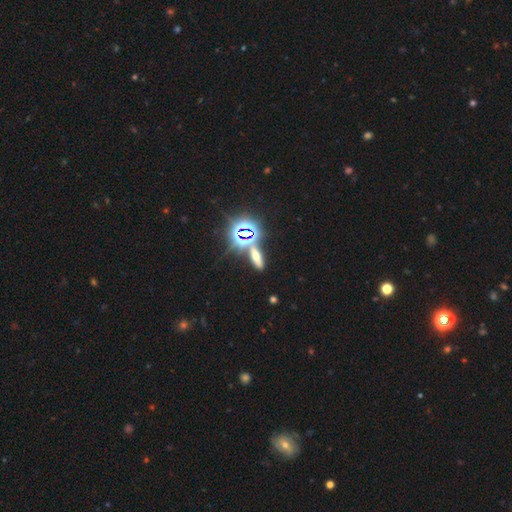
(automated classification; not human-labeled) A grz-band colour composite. It shows a star or artifact, not a galaxy (43%).